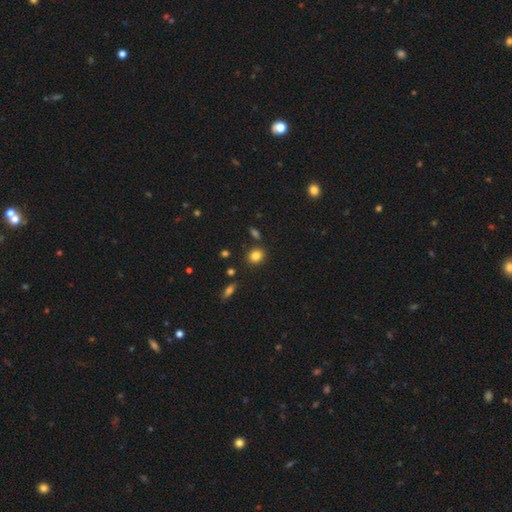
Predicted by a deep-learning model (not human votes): Smooth or featured?
  - smooth: 84% *
  - star or artifact: 10%
  - featured or disk: 6%
How rounded?
  - round: 63% *
  - in between: 36%
  - cigar-shaped: 1%
Merging?
  - none: 83% *
  - minor disturbance: 9%
  - merger: 5%
  - major disturbance: 2%